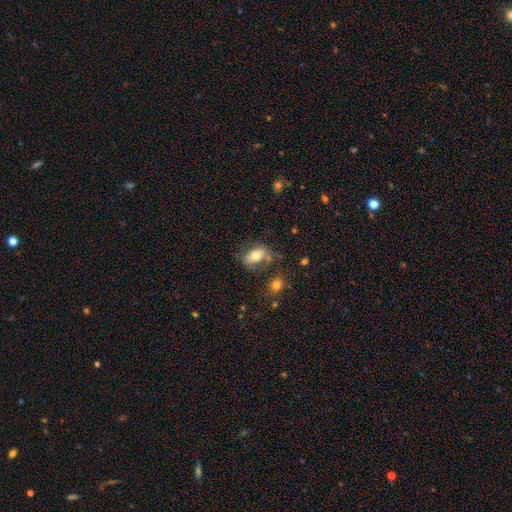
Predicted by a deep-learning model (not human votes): This is likely a smooth galaxy (62%). How rounded: clearly in between (85%). Merging: possibly none (51%).